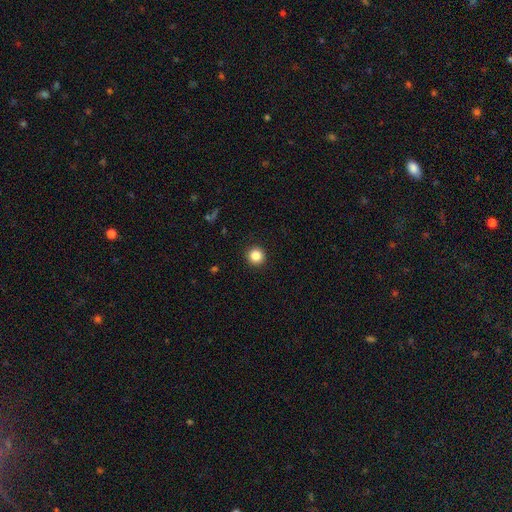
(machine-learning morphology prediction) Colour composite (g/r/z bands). It shows a smooth galaxy with no disk features (85%) that is round (95%). Merging: none (93%).